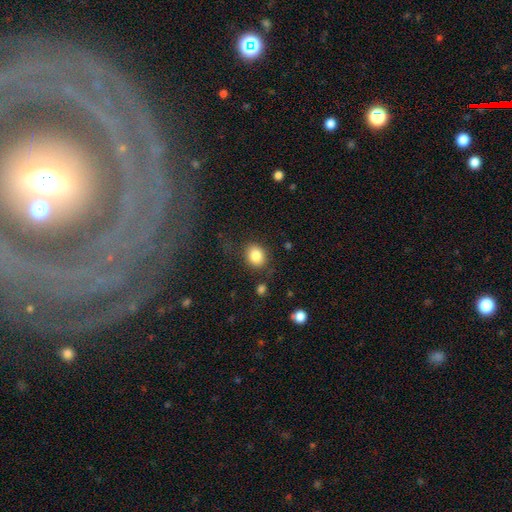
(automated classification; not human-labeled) Overall: smooth (85%). How rounded: round (59%; in between 40%). Merging: none (79%).